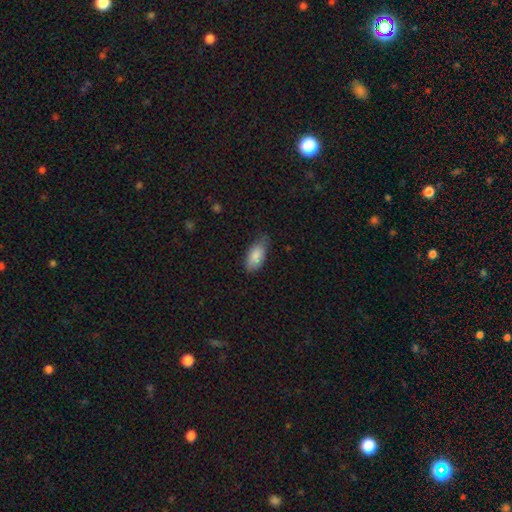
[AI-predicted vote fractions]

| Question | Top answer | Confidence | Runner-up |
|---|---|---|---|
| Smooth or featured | smooth | 86% | featured or disk (8%) |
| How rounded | in between | 91% | cigar-shaped (6%) |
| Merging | none | 65% | minor disturbance (29%) |